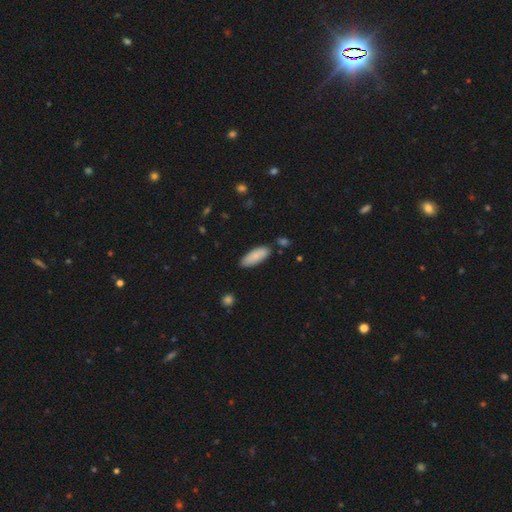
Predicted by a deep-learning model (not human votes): smooth-or-featured: smooth: 85% | featured or disk: 9% | star or artifact: 6%
  how-rounded: in between: 73% | cigar-shaped: 26% | round: 2%
  merging: none: 81% | minor disturbance: 13% | merger: 3% | major disturbance: 2%